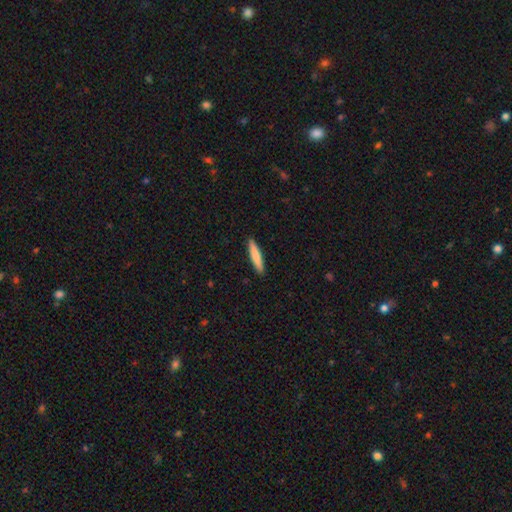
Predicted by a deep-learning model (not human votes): smooth-or-featured: smooth: 79% | featured or disk: 16% | star or artifact: 5%
  how-rounded: cigar-shaped: 91% | in between: 8% | round: 1%
  merging: none: 91% | minor disturbance: 6% | major disturbance: 1% | merger: 1%